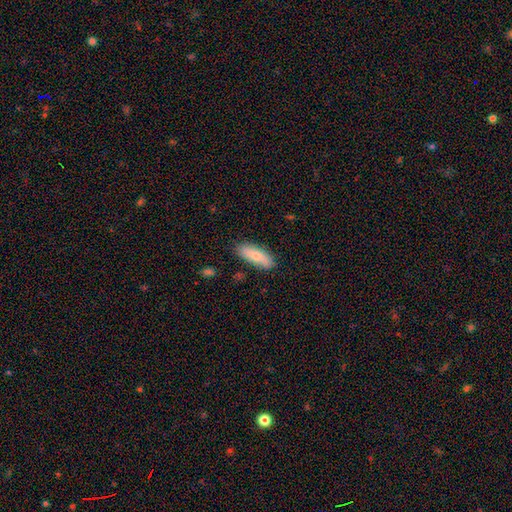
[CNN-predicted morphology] A smooth galaxy with no disk features (78%) that is in between round and cigar-shaped (65%). Merging: none (82%).